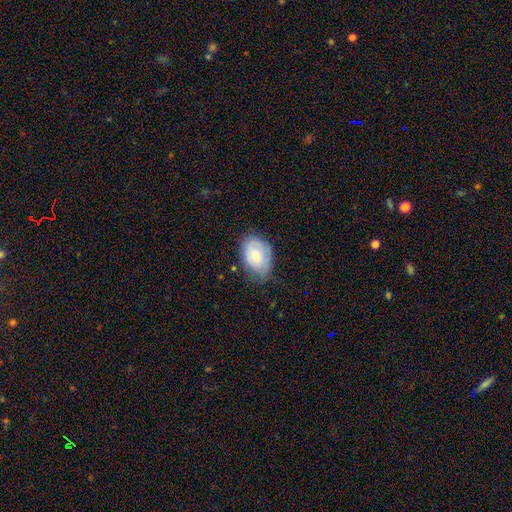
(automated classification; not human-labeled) smooth_or_featured: smooth (p=0.65) [alt: featured or disk p=0.28]
how_rounded: in between (p=0.85) [alt: round p=0.13]
merging: none (p=0.60) [alt: minor disturbance p=0.31]